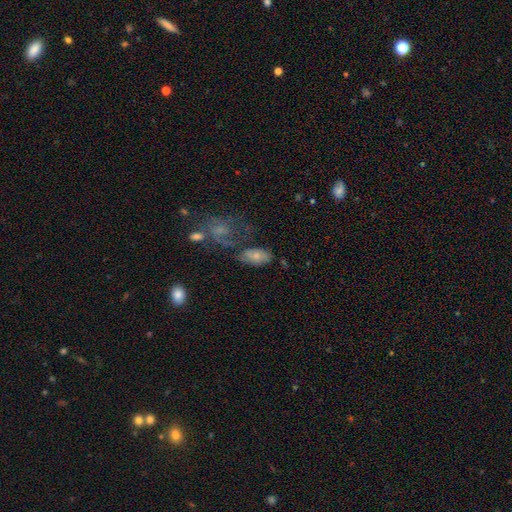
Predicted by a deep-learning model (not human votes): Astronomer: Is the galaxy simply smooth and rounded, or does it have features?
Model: smooth — 68%.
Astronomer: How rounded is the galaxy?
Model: in between — 91%.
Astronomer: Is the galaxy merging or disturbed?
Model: none — 52%.